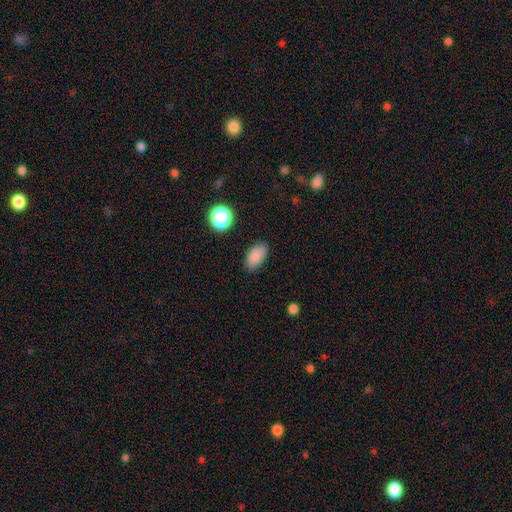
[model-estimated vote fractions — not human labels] smooth_or_featured: smooth (p=0.86) [alt: star or artifact p=0.10]
how_rounded: in between (p=0.92) [alt: round p=0.06]
merging: none (p=0.85) [alt: minor disturbance p=0.11]